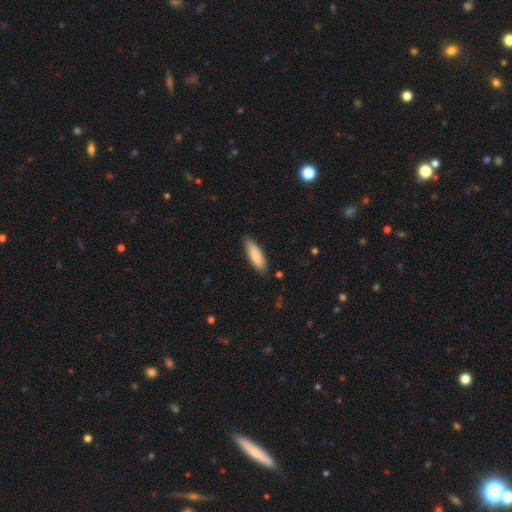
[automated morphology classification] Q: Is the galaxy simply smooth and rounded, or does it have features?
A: smooth — 84%.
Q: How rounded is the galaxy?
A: in between — 54%.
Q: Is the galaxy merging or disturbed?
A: none — 75%.